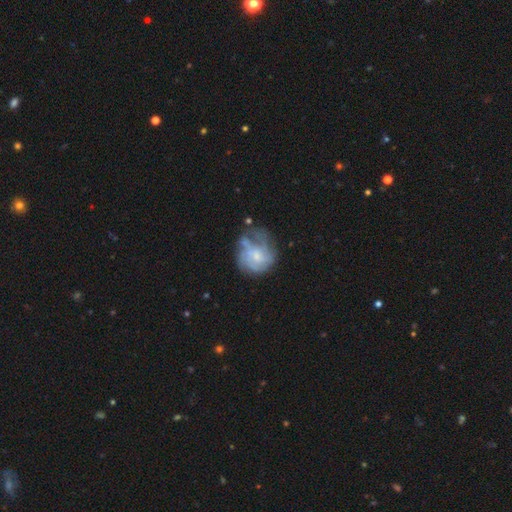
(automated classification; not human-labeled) Q: Smooth or featured?
A: featured or disk (61%); runner-up: smooth (29%)
Q: Edge-on disk?
A: no (98%); runner-up: yes (2%)
Q: Bar?
A: no (74%); runner-up: weak (23%)
Q: Spiral arms?
A: yes (66%); runner-up: no (34%)
Q: Bulge size?
A: small (47%); runner-up: moderate (30%)
Q: Merging?
A: none (39%); runner-up: major disturbance (30%)